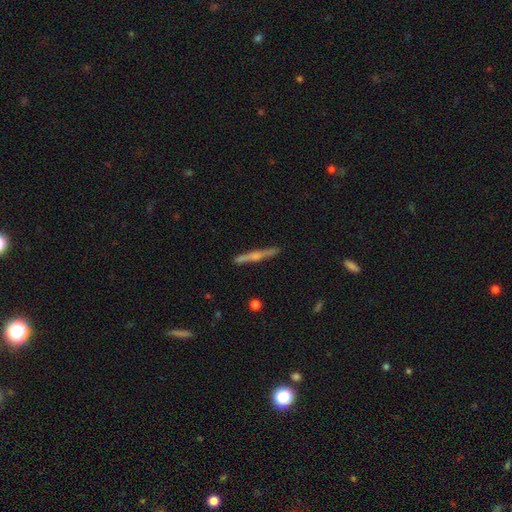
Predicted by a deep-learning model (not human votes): This appears to be a featured or disk galaxy (71%) viewed edge-on (97%) with a rounded central bulge (78%). Merging: none (89%).